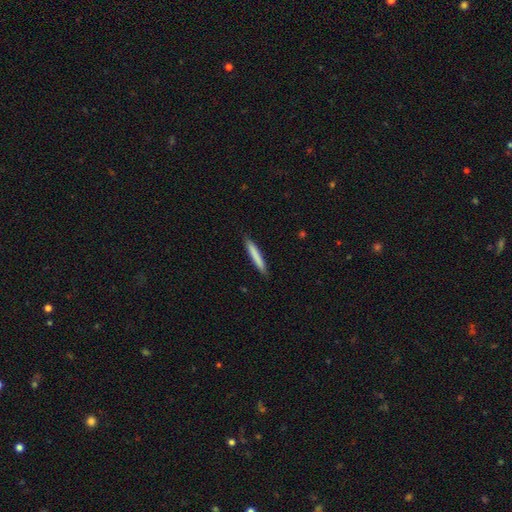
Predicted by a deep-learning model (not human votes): Smooth or featured? smooth (79%)
How rounded? cigar-shaped (95%)
Merging? none (90%)